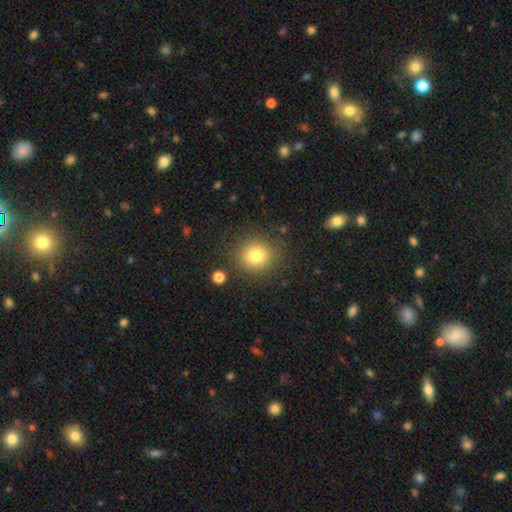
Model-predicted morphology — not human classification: A smooth galaxy with no disk features (80%) that is round (85%).

Vote fractions:
- Smooth or featured? smooth: 80% / star or artifact: 12% / featured or disk: 9%
- How rounded? round: 85% / in between: 14% / cigar-shaped: 1%
- Merging? none: 84% / minor disturbance: 9% / major disturbance: 4% / merger: 3%